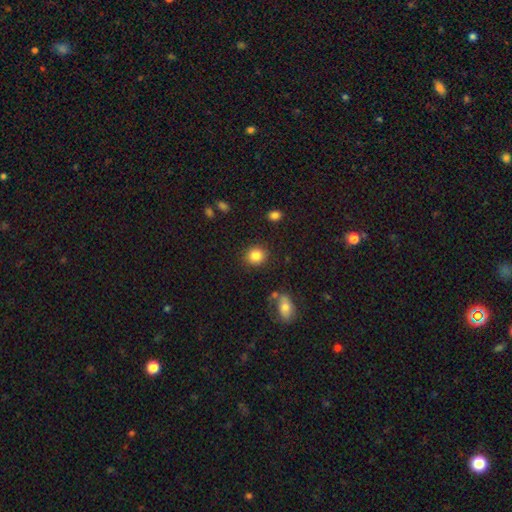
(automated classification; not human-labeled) Smooth or featured?
  - smooth: 86% *
  - star or artifact: 10%
  - featured or disk: 5%
How rounded?
  - round: 84% *
  - in between: 15%
  - cigar-shaped: 1%
Merging?
  - none: 86% *
  - minor disturbance: 8%
  - major disturbance: 3%
  - merger: 3%